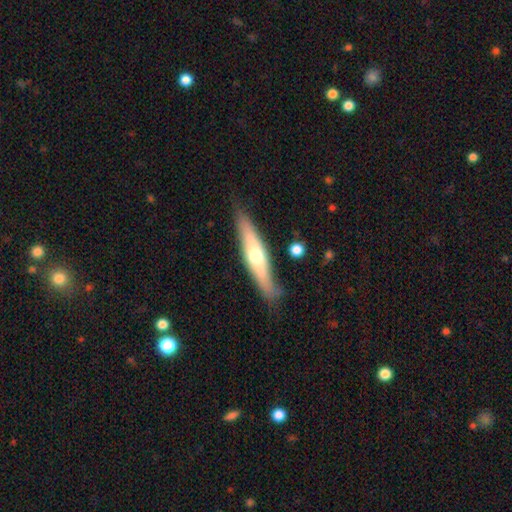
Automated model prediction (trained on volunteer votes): smooth-or-featured: featured or disk: 54% | smooth: 40% | star or artifact: 5%
  disk-edge-on: yes: 84% | no: 16%
  merging: none: 79% | minor disturbance: 15% | major disturbance: 3% | merger: 2%